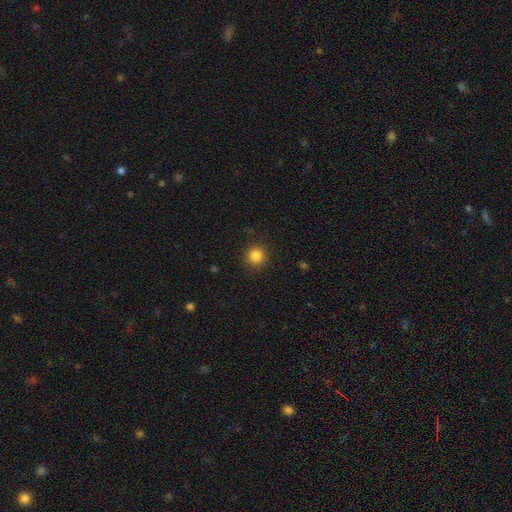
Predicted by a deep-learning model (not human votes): Q: Smooth or featured?
A: smooth (84%); runner-up: star or artifact (11%)
Q: How rounded?
A: round (94%); runner-up: in between (5%)
Q: Merging?
A: none (91%); runner-up: minor disturbance (6%)